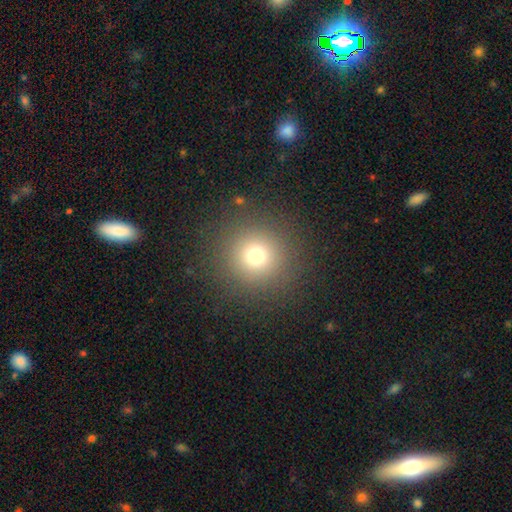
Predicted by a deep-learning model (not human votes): The model was most divided on "smooth or featured": smooth: 72%, star or artifact: 19%, featured or disk: 9%. More confident: how rounded — round (95%); merging — none (89%).